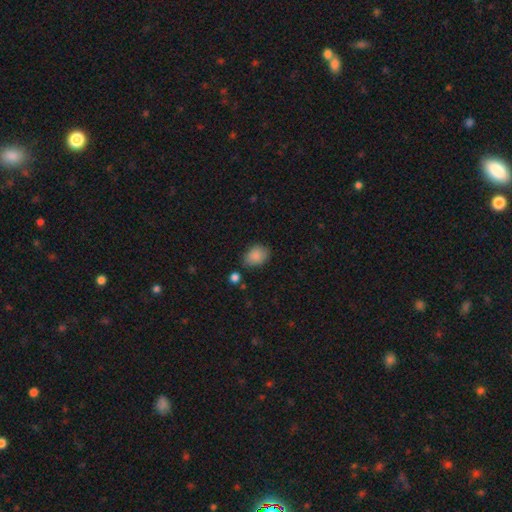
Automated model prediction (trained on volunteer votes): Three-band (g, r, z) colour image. It shows a smooth galaxy with no disk features (87%) that is in between round and cigar-shaped (68%). Merging: none (70%).